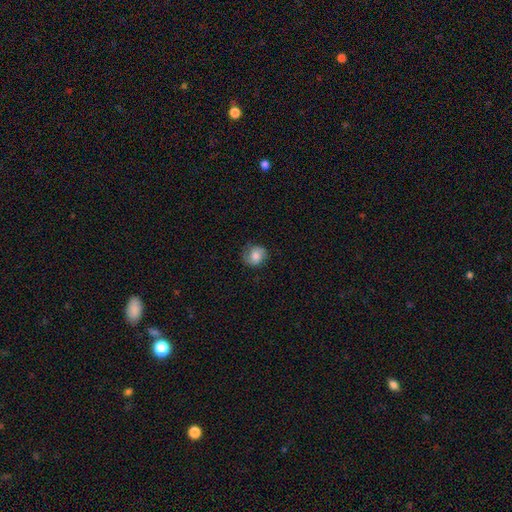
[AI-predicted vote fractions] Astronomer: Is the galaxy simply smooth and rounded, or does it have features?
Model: smooth — 69%.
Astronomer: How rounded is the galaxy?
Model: round — 76%.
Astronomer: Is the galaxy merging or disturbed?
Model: none — 72%.